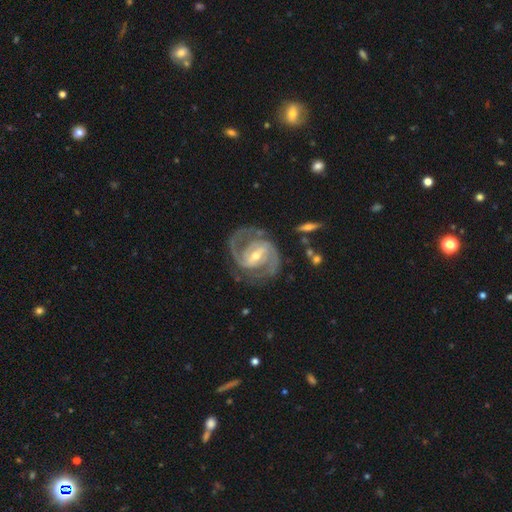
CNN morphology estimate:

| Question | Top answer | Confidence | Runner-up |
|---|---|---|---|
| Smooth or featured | featured or disk | 93% | star or artifact (4%) |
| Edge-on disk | no | 97% | yes (3%) |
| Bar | strong | 47% | weak (41%) |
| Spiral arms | yes | 98% | no (2%) |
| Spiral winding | medium | 52% | tight (39%) |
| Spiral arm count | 2 | 85% | 3 (7%) |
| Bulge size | moderate | 49% | small (48%) |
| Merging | none | 75% | minor disturbance (15%) |